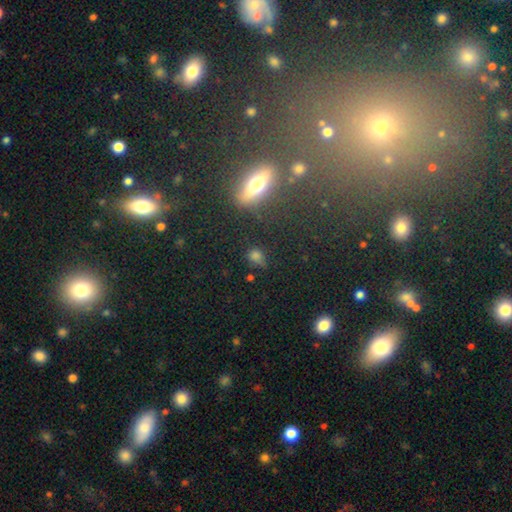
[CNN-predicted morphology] Smooth or featured? smooth (67%)
How rounded? in between (50%)
Merging? none (67%)